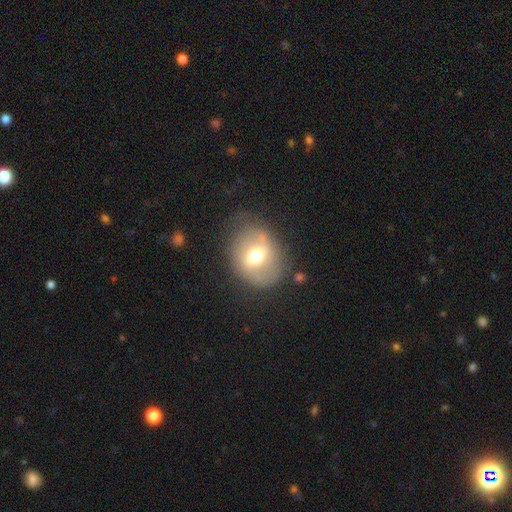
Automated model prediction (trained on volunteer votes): The model was most divided on "smooth or featured": smooth: 49%, featured or disk: 42%, star or artifact: 9%. More confident: merging — none (65%).